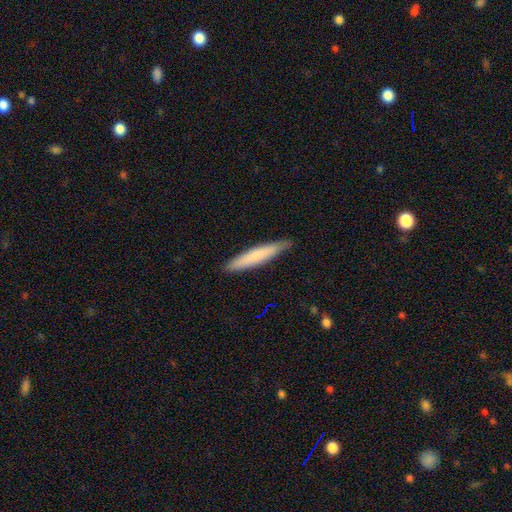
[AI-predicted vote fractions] This appears to be a smooth galaxy with no disk features (73%) that is cigar-shaped (92%). Merging: none (86%).